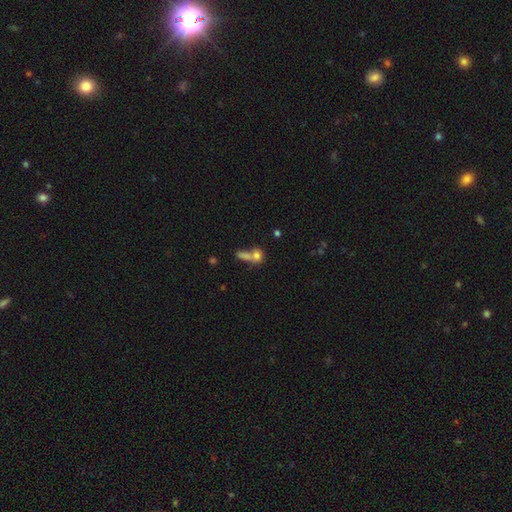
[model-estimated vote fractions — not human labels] smooth_or_featured: smooth (p=0.64) [alt: featured or disk p=0.18]
how_rounded: round (p=0.55) [alt: in between p=0.34]
merging: merger (p=0.45) [alt: none p=0.39]